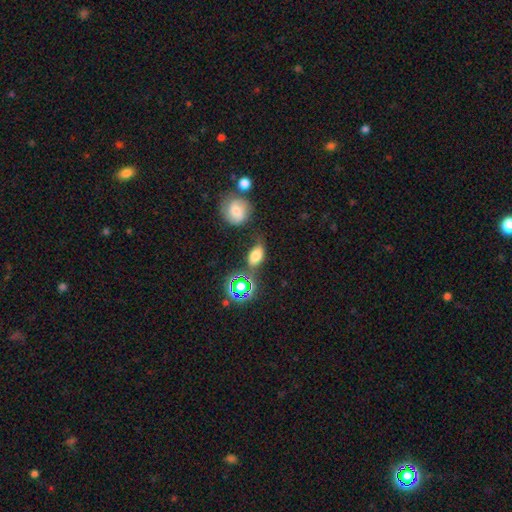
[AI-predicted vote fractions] Smooth or featured?
  - smooth: 69% *
  - star or artifact: 17%
  - featured or disk: 14%
How rounded?
  - in between: 84% *
  - round: 12%
  - cigar-shaped: 4%
Merging?
  - none: 64% *
  - minor disturbance: 20%
  - merger: 9%
  - major disturbance: 7%